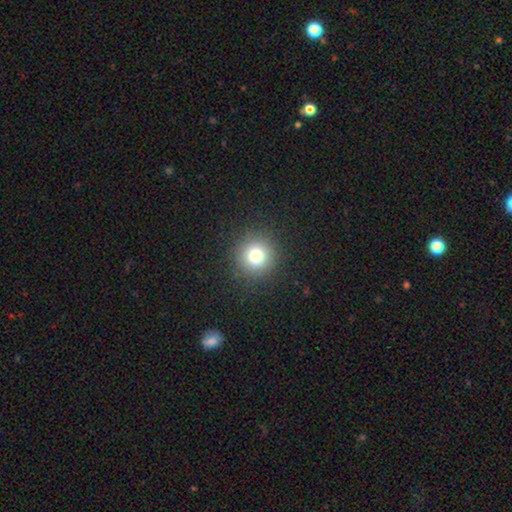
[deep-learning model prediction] Q: Smooth or featured?
A: smooth (77%); runner-up: star or artifact (14%)
Q: How rounded?
A: round (95%); runner-up: in between (4%)
Q: Merging?
A: none (90%); runner-up: minor disturbance (6%)